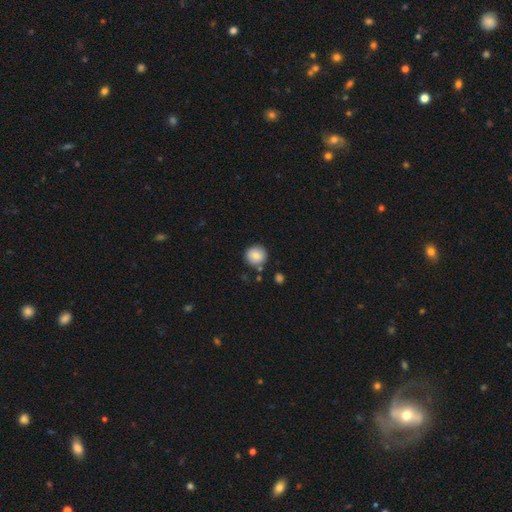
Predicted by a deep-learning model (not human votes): This appears to be a smooth galaxy with no disk features (82%) that is round (93%). Merging: none (81%).